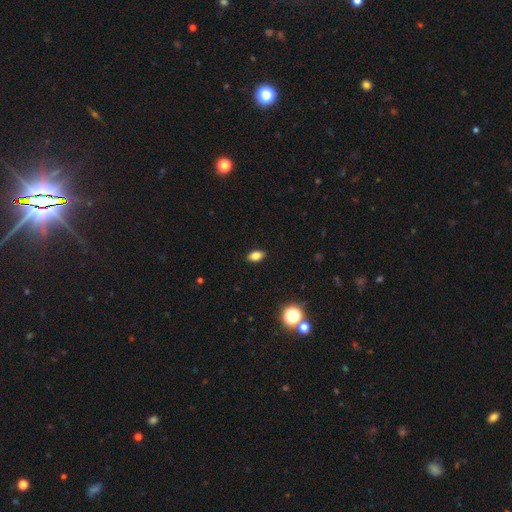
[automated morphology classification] This appears to be a smooth galaxy with no disk features (81%) that is in between round and cigar-shaped (87%). Merging: none (89%).